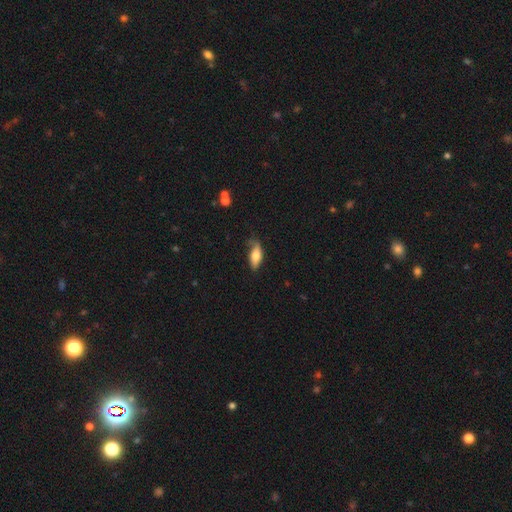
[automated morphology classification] A smooth galaxy with no disk features (66%) that is in between round and cigar-shaped (73%). Merging: none (53%).